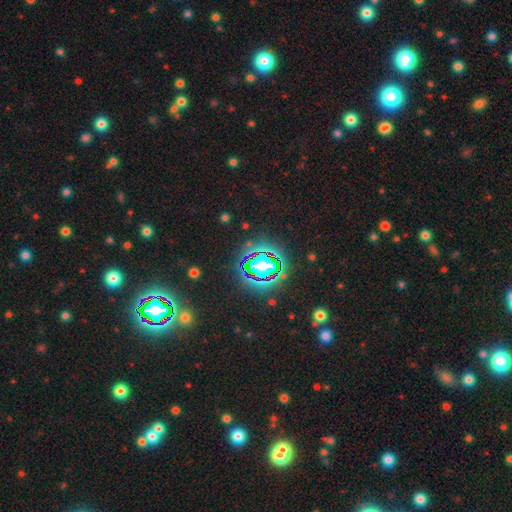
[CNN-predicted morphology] This appears to be a star or artifact, not a galaxy (81%).